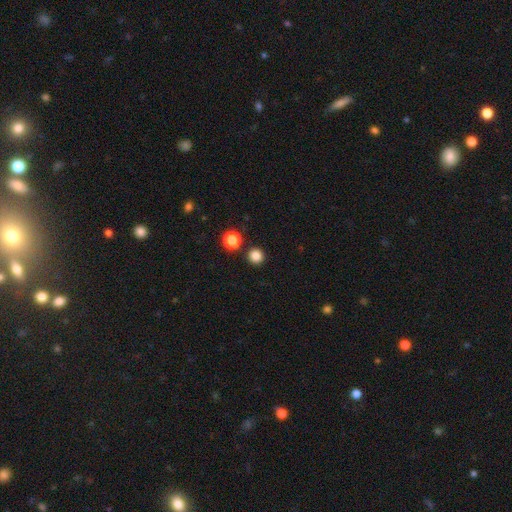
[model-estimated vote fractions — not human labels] Morphology: type=smooth (84%); roundness=round (95%); merging=none (88%).